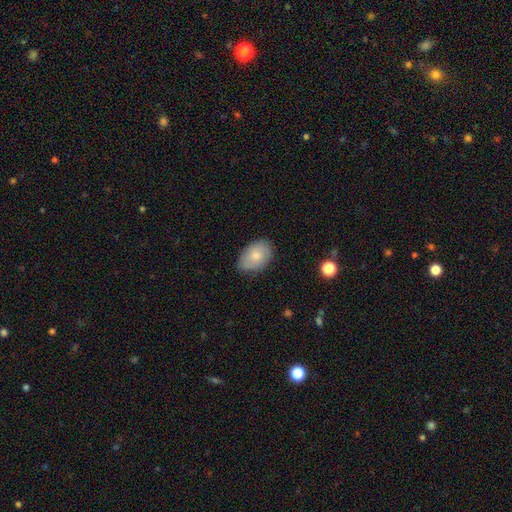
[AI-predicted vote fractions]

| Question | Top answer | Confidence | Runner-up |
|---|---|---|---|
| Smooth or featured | smooth | 77% | featured or disk (16%) |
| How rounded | in between | 85% | round (14%) |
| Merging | none | 78% | minor disturbance (18%) |